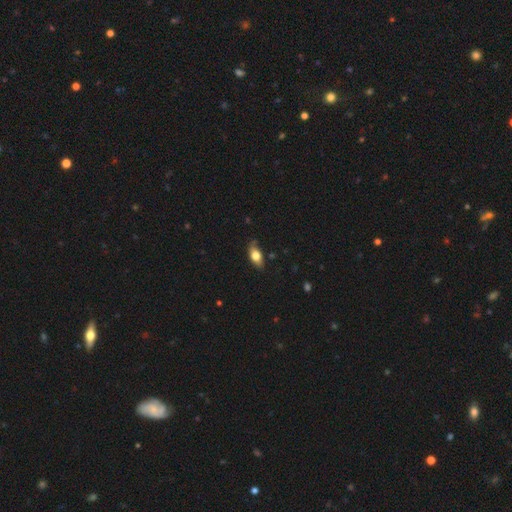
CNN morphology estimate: type=smooth (71%); roundness=in between (84%); merging=none (73%).